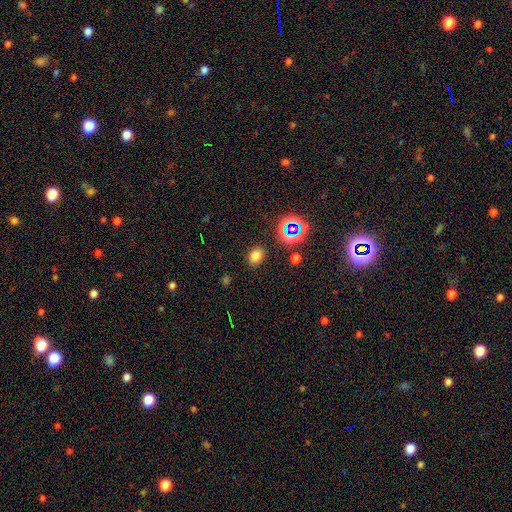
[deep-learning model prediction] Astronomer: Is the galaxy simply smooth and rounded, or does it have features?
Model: smooth — 73%.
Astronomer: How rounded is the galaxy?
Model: in between — 58% (runner-up: round, 41%).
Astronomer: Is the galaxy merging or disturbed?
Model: none — 87%.